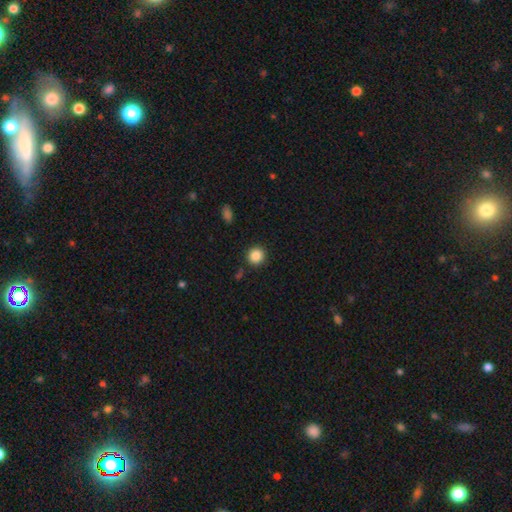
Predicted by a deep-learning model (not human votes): smooth_or_featured: smooth (p=0.87) [alt: star or artifact p=0.10]
how_rounded: round (p=0.92) [alt: in between p=0.07]
merging: none (p=0.90) [alt: minor disturbance p=0.06]